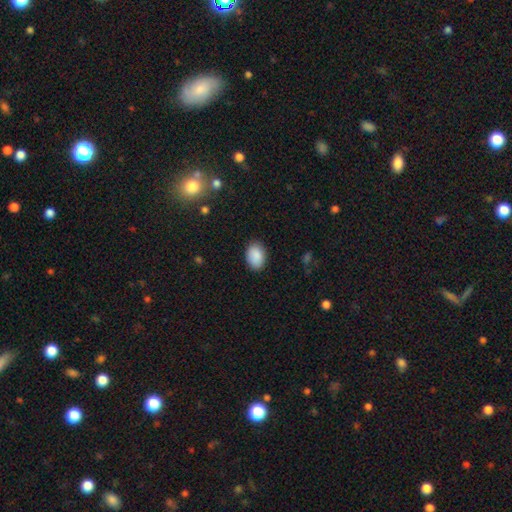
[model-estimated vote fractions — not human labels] Smooth or featured? Predicted: smooth (p=0.90). How rounded? Predicted: in between (p=0.85). Merging? Predicted: none (p=0.86).